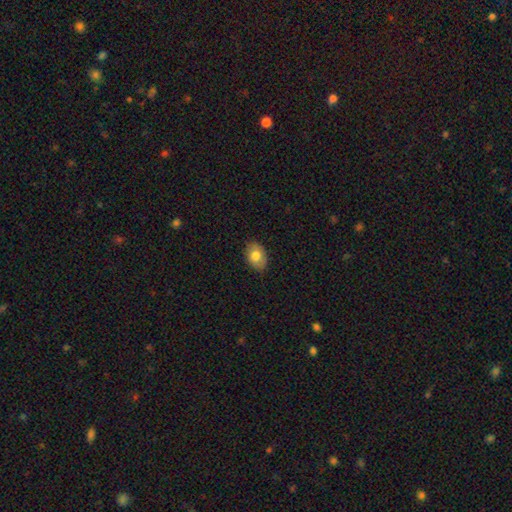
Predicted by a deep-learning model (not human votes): A smooth galaxy with no disk features (80%) that is in between round and cigar-shaped (83%).

Vote fractions:
- Smooth or featured? smooth: 80% / featured or disk: 13% / star or artifact: 7%
- How rounded? in between: 83% / round: 16% / cigar-shaped: 1%
- Merging? none: 86% / minor disturbance: 11% / major disturbance: 2% / merger: 1%